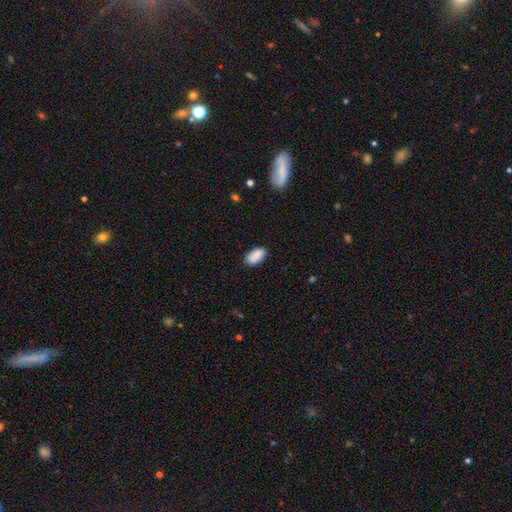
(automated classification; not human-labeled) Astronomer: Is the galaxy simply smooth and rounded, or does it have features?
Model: smooth — 89%.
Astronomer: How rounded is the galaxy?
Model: in between — 94%.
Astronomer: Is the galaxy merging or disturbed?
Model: none — 85%.